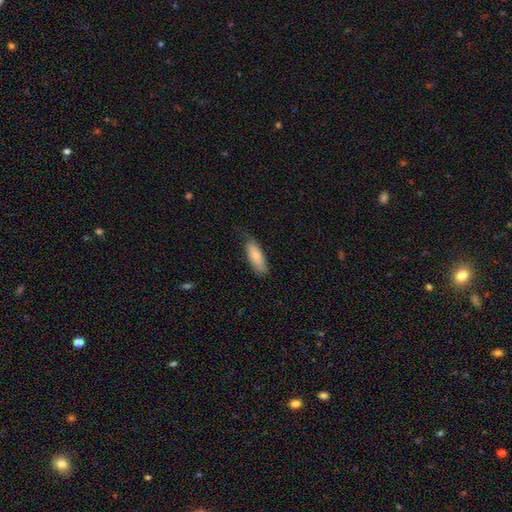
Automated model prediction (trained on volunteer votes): Smooth or featured?
  - smooth: 77% *
  - featured or disk: 18%
  - star or artifact: 6%
How rounded?
  - in between: 65% *
  - cigar-shaped: 33%
  - round: 2%
Merging?
  - none: 62% *
  - minor disturbance: 29%
  - major disturbance: 8%
  - merger: 1%